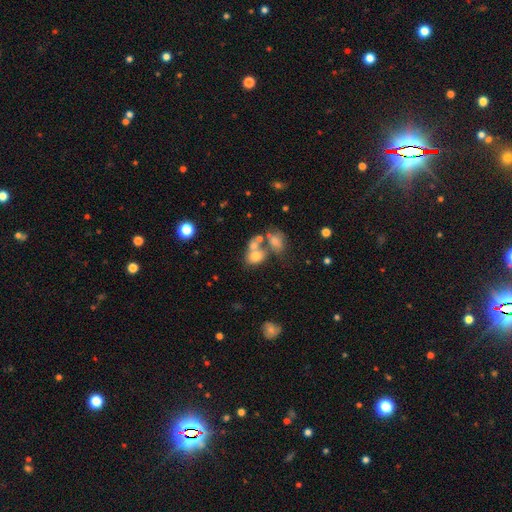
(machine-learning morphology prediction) Smooth or featured: smooth — 69% (featured or disk — 18%)
How rounded: in between — 58% (round — 41%)
Merging: merger — 45% (none — 34%)